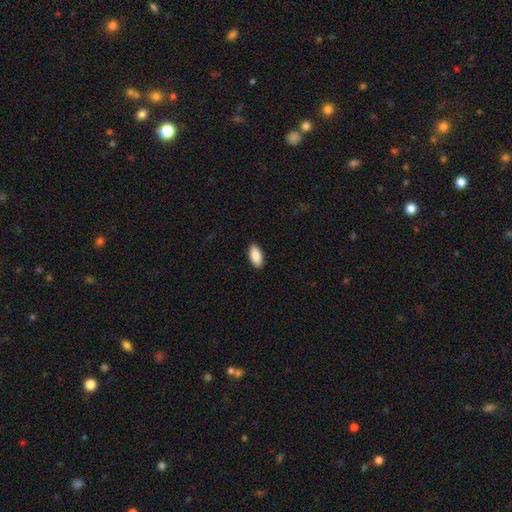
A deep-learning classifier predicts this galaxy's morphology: The model was most divided on "merging": none: 90%, minor disturbance: 7%, major disturbance: 2%, merger: 1%. More confident: how rounded — in between (93%); smooth or featured — smooth (90%).